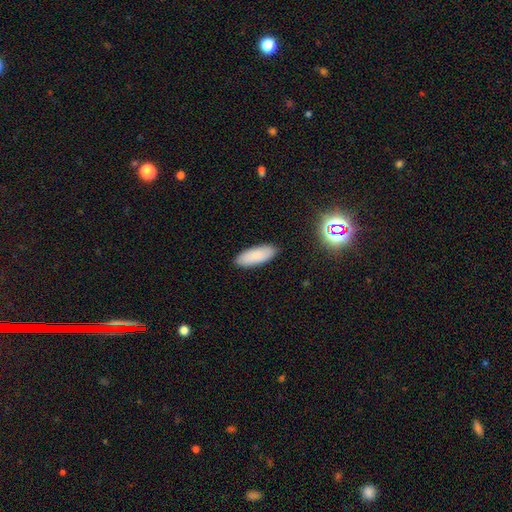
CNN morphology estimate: type=smooth (87%); roundness=in between (71%); merging=none (89%).